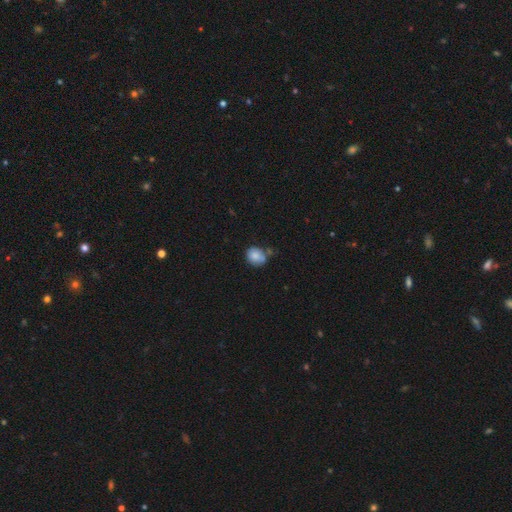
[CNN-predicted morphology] Smooth or featured?
  - smooth: 82% *
  - featured or disk: 9%
  - star or artifact: 9%
How rounded?
  - round: 75% *
  - in between: 24%
  - cigar-shaped: 1%
Merging?
  - none: 57% *
  - minor disturbance: 22%
  - merger: 15%
  - major disturbance: 5%